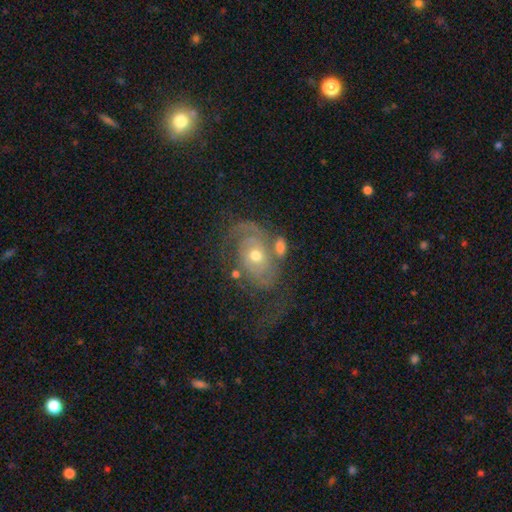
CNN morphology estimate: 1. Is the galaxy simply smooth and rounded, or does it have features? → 80% featured or disk, 13% smooth, 7% star or artifact.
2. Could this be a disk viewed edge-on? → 96% no, 4% yes.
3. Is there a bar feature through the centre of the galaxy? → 78% no, 18% weak, 4% strong.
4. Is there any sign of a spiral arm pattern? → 88% yes, 12% no.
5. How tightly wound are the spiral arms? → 54% tight, 31% medium, 15% loose.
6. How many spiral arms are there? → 49% 2, 25% can't tell, 13% 1, 7% 3, 3% 4, 3% more than 4.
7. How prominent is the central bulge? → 61% moderate, 33% small, 3% large, 1% none, 1% dominant.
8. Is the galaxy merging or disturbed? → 45% none, 23% major disturbance, 19% minor disturbance, 13% merger.